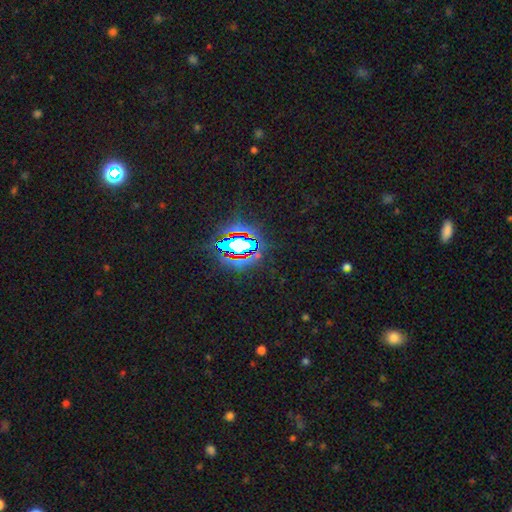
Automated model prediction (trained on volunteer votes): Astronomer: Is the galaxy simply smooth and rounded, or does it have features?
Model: star or artifact — 80%.